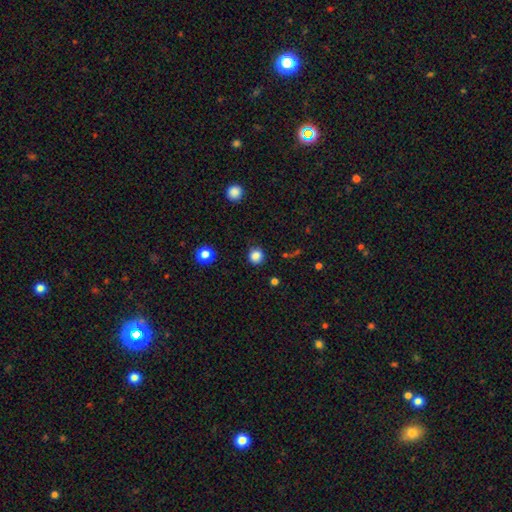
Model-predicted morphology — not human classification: Q: Smooth or featured?
A: smooth (85%); runner-up: star or artifact (12%)
Q: How rounded?
A: round (89%); runner-up: in between (10%)
Q: Merging?
A: none (84%); runner-up: minor disturbance (11%)